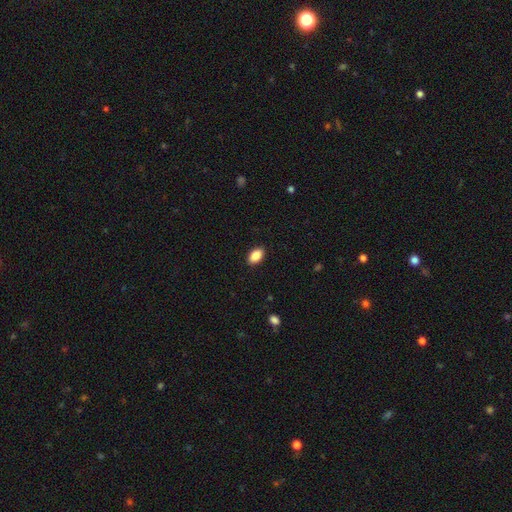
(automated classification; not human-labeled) A smooth galaxy with no disk features (88%) that is in between round and cigar-shaped (92%). Merging: none (89%).